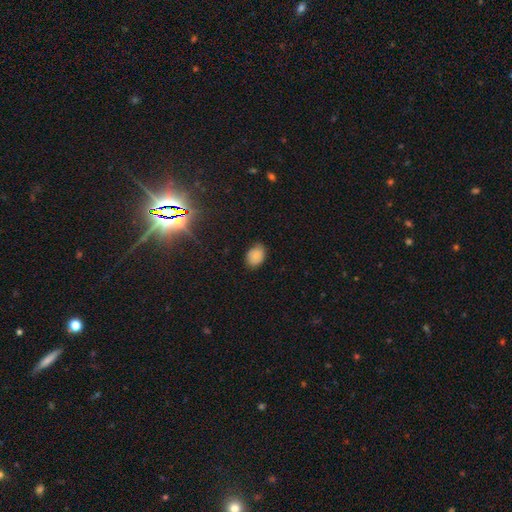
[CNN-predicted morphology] This appears to be a smooth galaxy with no disk features (80%) that is in between round and cigar-shaped (77%). Merging: none (78%).